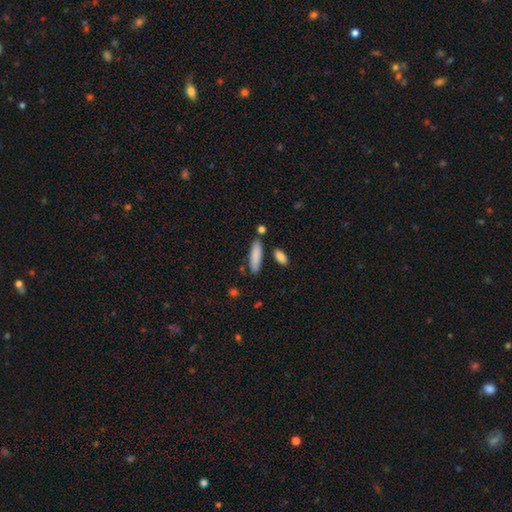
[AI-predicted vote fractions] smooth-or-featured: smooth: 85% | featured or disk: 9% | star or artifact: 6%
  how-rounded: cigar-shaped: 65% | in between: 33% | round: 2%
  merging: none: 79% | minor disturbance: 12% | merger: 6% | major disturbance: 3%